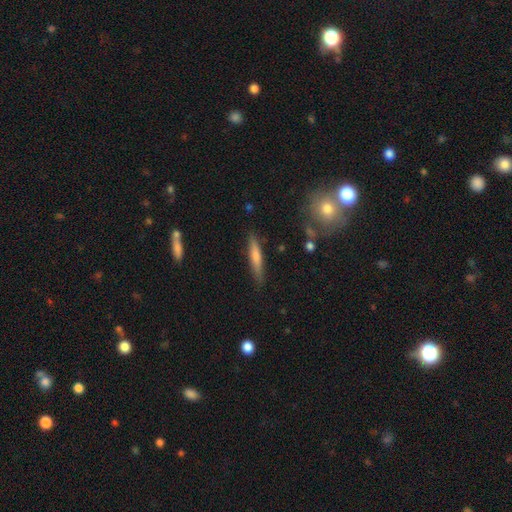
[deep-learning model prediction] This appears to be a smooth galaxy with no disk features (57%) that is cigar-shaped (90%). Merging: none (84%).